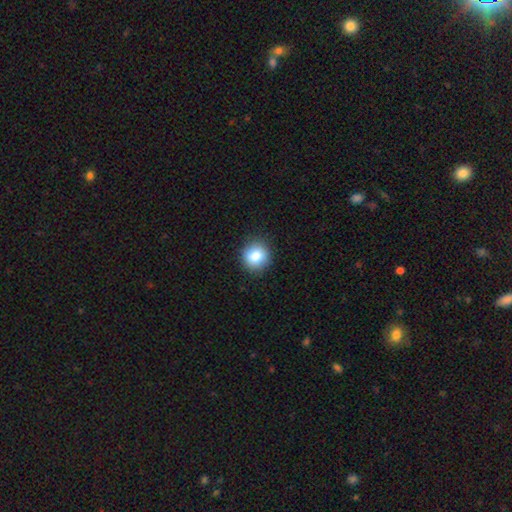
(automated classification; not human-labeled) Smooth or featured? smooth (84%)
How rounded? round (89%)
Merging? none (90%)